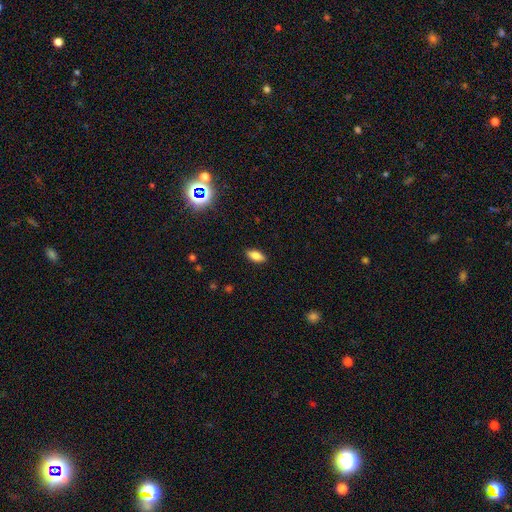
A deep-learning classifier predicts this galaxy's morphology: smooth 81%, featured or disk 10%, star or artifact 9%. Down the decision tree: how rounded — in between (81%); merging — none (88%).